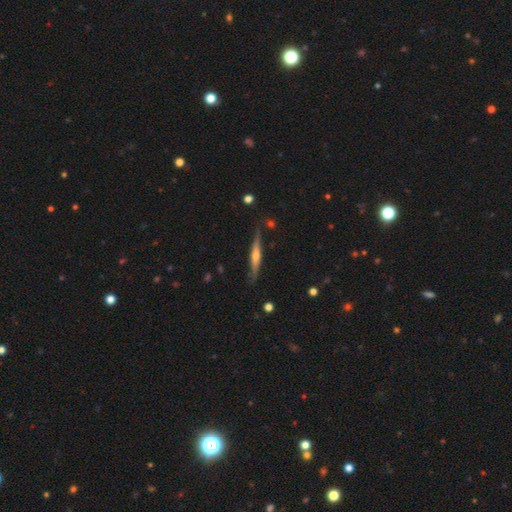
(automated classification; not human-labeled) A featured or disk galaxy (62%) viewed edge-on (95%) with a rounded central bulge (80%).

Vote fractions:
- Smooth or featured? featured or disk: 62% / smooth: 32% / star or artifact: 6%
- Edge-on disk? yes: 95% / no: 5%
- Edge-on bulge? rounded: 80% / none: 15% / boxy: 6%
- Merging? none: 82% / minor disturbance: 14% / major disturbance: 3% / merger: 2%